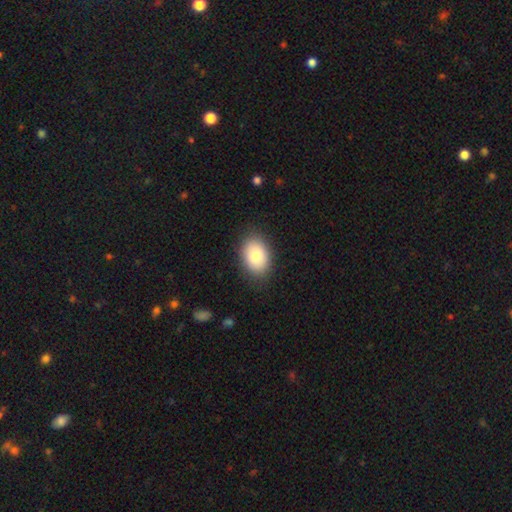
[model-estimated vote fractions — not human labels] Smooth or featured? Predicted: smooth (p=0.83). How rounded? Predicted: in between (p=0.80). Merging? Predicted: none (p=0.85).